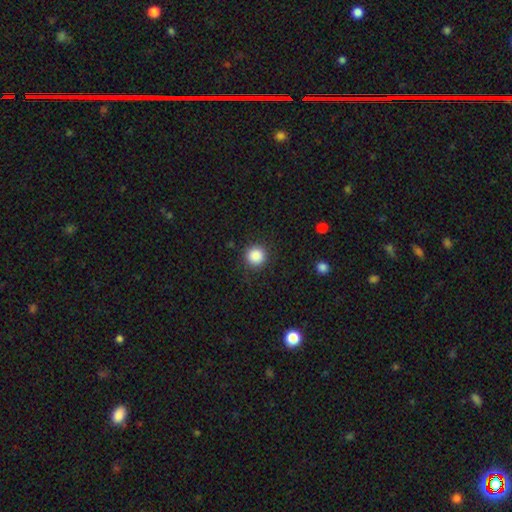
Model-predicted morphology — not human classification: smooth-or-featured: smooth: 87% | star or artifact: 10% | featured or disk: 3%
  how-rounded: round: 95% | in between: 4% | cigar-shaped: 1%
  merging: none: 89% | minor disturbance: 7% | major disturbance: 3% | merger: 1%